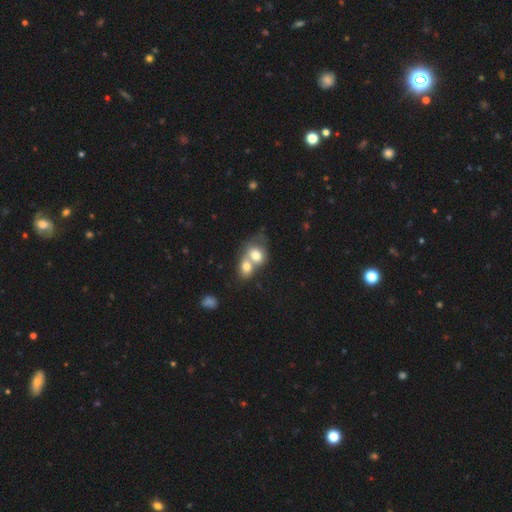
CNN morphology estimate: Smooth or featured: smooth — 72% (featured or disk — 19%)
How rounded: round — 50% (in between — 49%)
Merging: merger — 75% (none — 16%)